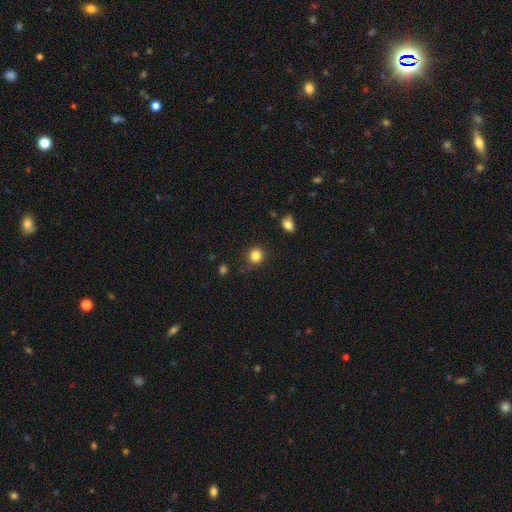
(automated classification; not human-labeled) smooth-or-featured: smooth: 84% | star or artifact: 11% | featured or disk: 4%
  how-rounded: round: 89% | in between: 11% | cigar-shaped: 1%
  merging: none: 84% | minor disturbance: 11% | major disturbance: 3% | merger: 2%